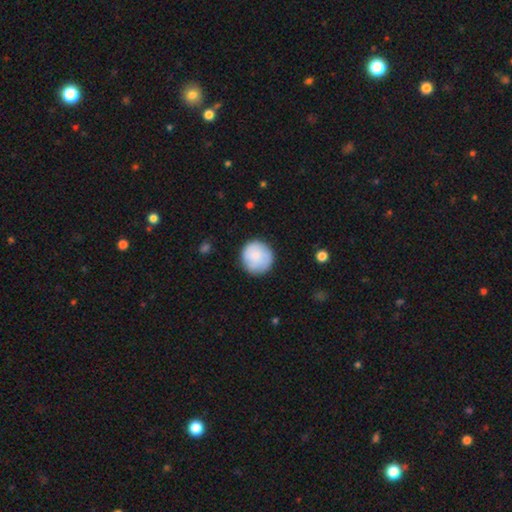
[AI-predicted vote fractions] A smooth galaxy with no disk features (79%) that is round (94%). Merging: none (83%).